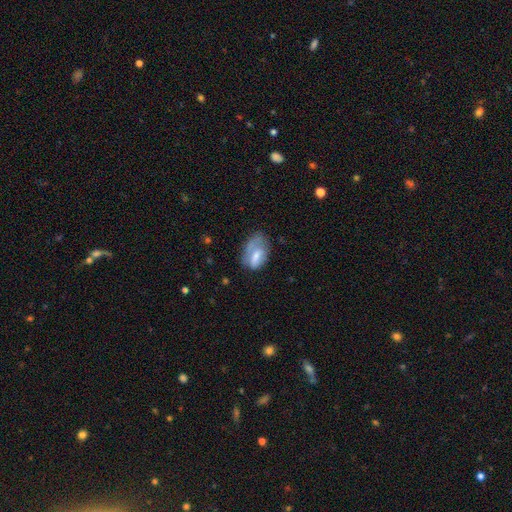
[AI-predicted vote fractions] A smooth galaxy with no disk features (61%) that is in between round and cigar-shaped (88%).

Vote fractions:
- Smooth or featured? smooth: 61% / featured or disk: 31% / star or artifact: 8%
- How rounded? in between: 88% / round: 8% / cigar-shaped: 4%
- Merging? none: 36% / minor disturbance: 33% / major disturbance: 28% / merger: 3%